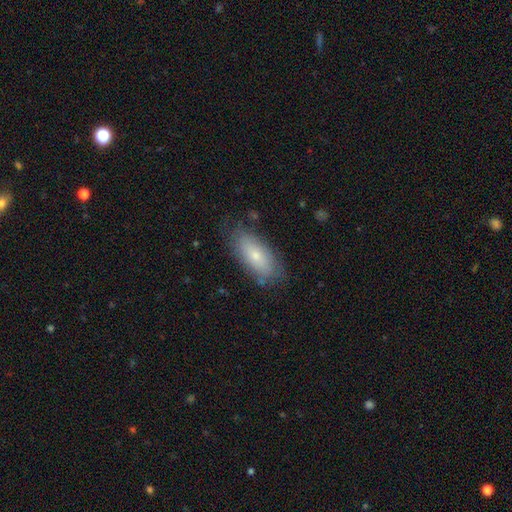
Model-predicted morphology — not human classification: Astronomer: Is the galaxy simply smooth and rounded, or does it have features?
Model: smooth — 65%.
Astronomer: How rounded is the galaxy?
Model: in between — 85%.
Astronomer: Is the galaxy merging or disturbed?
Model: none — 74%.